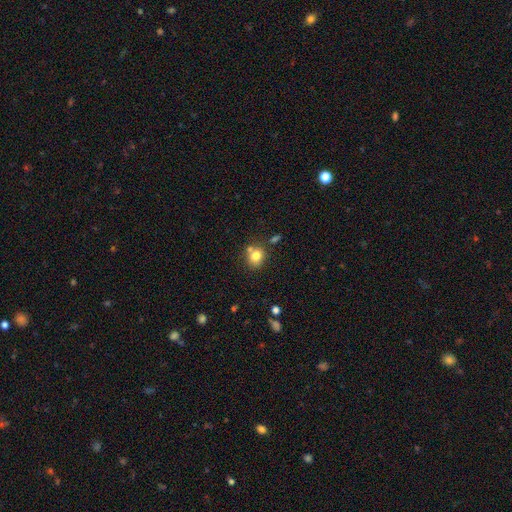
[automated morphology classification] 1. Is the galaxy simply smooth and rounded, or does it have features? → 79% smooth, 11% star or artifact, 10% featured or disk.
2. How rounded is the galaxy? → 71% round, 28% in between, 1% cigar-shaped.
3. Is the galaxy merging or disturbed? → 64% none, 19% merger, 13% minor disturbance, 4% major disturbance.